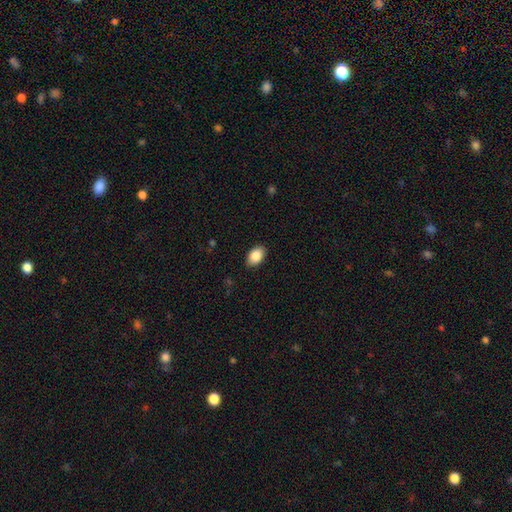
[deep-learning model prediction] Smooth or featured? Predicted: smooth (p=0.87). How rounded? Predicted: in between (p=0.88). Merging? Predicted: none (p=0.88).